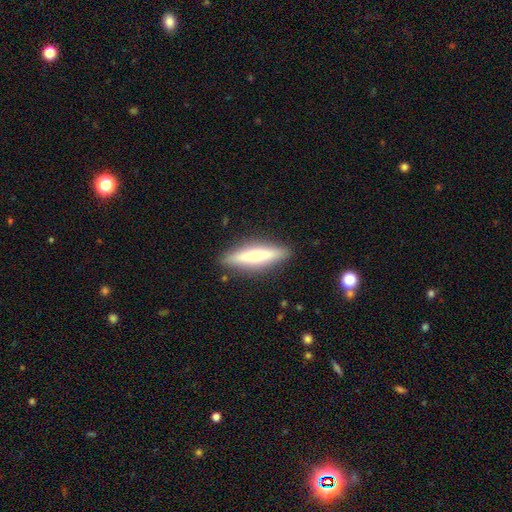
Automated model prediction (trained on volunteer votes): A smooth galaxy with no disk features (51%) that is cigar-shaped (83%).

Vote fractions:
- Smooth or featured? smooth: 51% / featured or disk: 43% / star or artifact: 6%
- How rounded? cigar-shaped: 83% / in between: 16% / round: 2%
- Merging? none: 88% / minor disturbance: 8% / major disturbance: 2% / merger: 1%